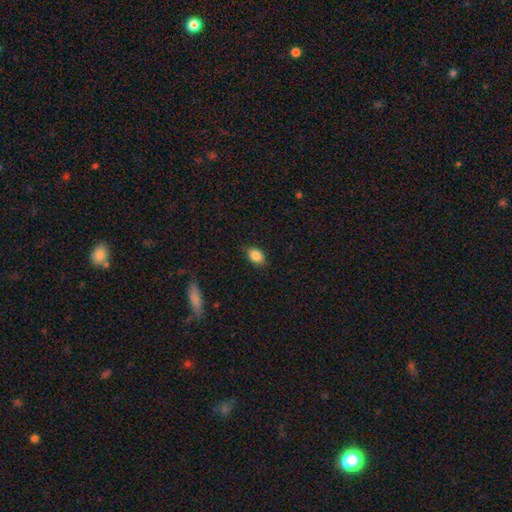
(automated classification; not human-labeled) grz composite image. It shows a smooth galaxy with no disk features (86%) that is in between round and cigar-shaped (78%). Merging: none (81%).